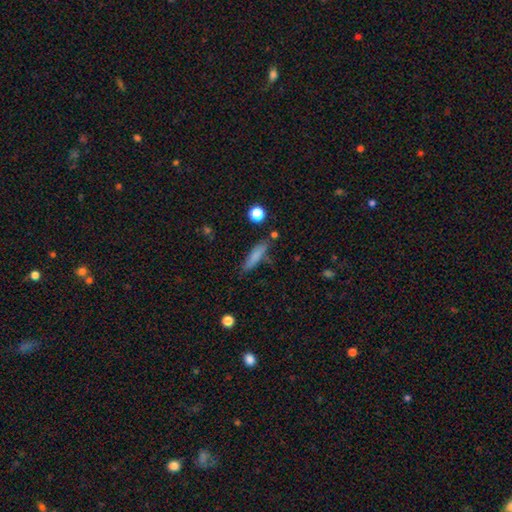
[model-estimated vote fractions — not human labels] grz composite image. It shows a smooth galaxy with no disk features (75%) that is cigar-shaped (73%). Merging: none (73%).